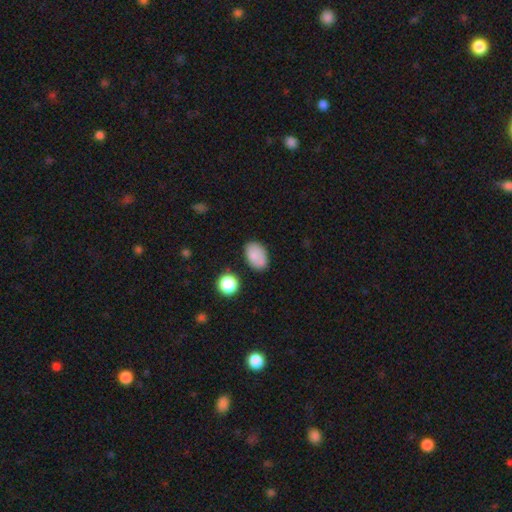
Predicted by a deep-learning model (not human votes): Smooth or featured?
  - smooth: 82% *
  - featured or disk: 9%
  - star or artifact: 8%
How rounded?
  - in between: 87% *
  - round: 12%
  - cigar-shaped: 1%
Merging?
  - none: 72% *
  - minor disturbance: 17%
  - merger: 6%
  - major disturbance: 4%